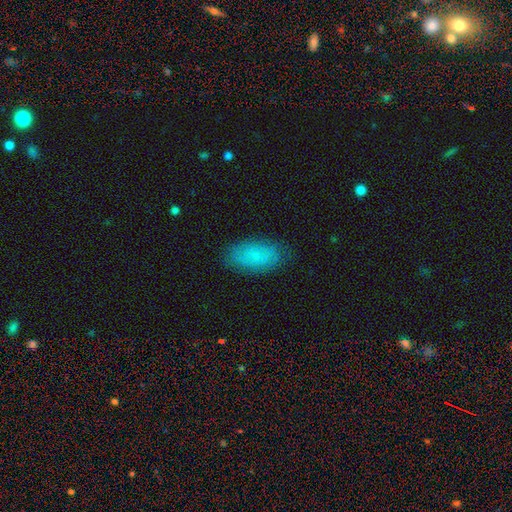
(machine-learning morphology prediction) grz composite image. It shows a smooth galaxy with no disk features (70%) that is in between round and cigar-shaped (93%). Merging: none (82%).